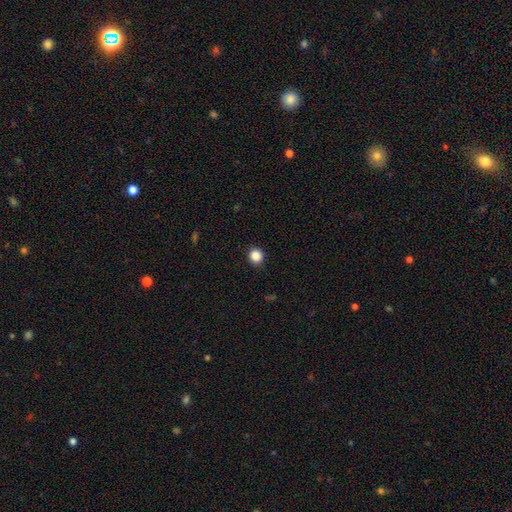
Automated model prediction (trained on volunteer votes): smooth 87%, star or artifact 11%, featured or disk 3%. Down the decision tree: how rounded — round (90%); merging — none (90%).